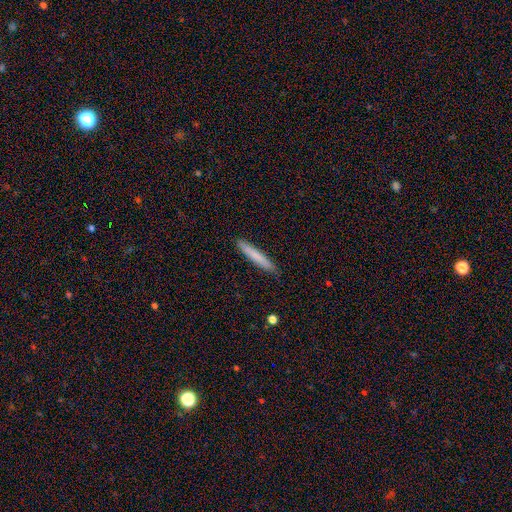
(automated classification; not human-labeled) smooth 78%, featured or disk 16%, star or artifact 6%. Down the decision tree: how rounded — cigar-shaped (95%); merging — none (90%).